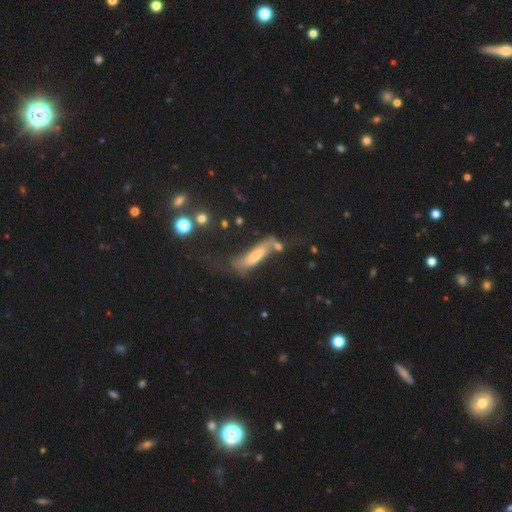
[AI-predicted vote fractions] smooth-or-featured: smooth: 60% | featured or disk: 32% | star or artifact: 8%
  how-rounded: cigar-shaped: 70% | in between: 28% | round: 2%
  merging: none: 36% | minor disturbance: 23% | major disturbance: 20% | merger: 20%